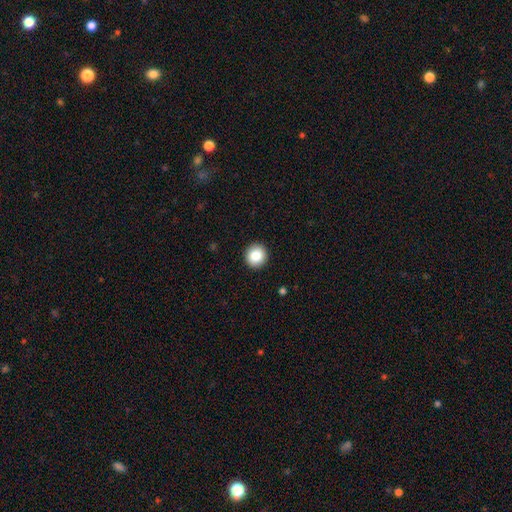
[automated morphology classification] smooth 86%, star or artifact 9%, featured or disk 5%. Down the decision tree: how rounded — round (92%); merging — none (93%).